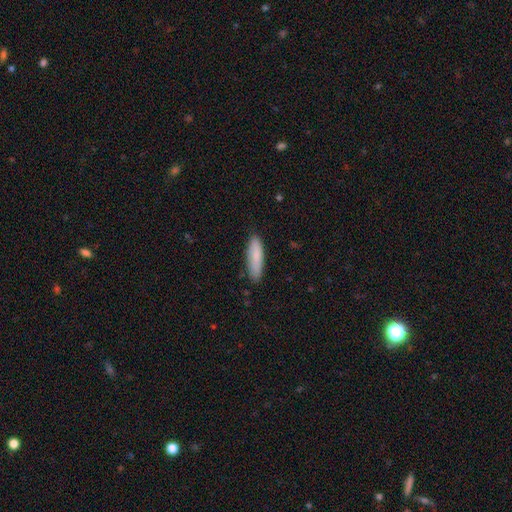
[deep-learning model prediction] Smooth or featured? Predicted: smooth (p=0.84). How rounded? Predicted: cigar-shaped (p=0.61). Merging? Predicted: none (p=0.84).